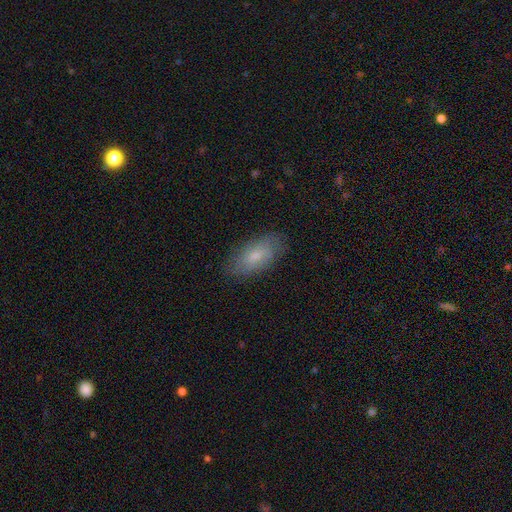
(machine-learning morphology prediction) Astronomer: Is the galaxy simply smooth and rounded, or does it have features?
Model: smooth — 67%.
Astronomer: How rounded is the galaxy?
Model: in between — 88%.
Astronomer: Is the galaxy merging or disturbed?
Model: none — 80%.